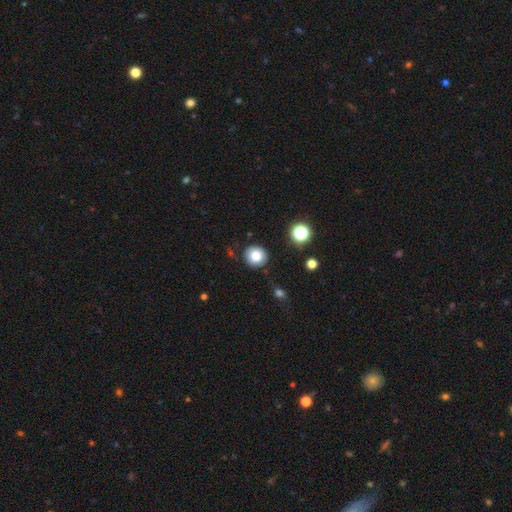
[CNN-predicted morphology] smooth_or_featured: smooth (p=0.81) [alt: star or artifact p=0.11]
how_rounded: round (p=0.92) [alt: in between p=0.07]
merging: none (p=0.87) [alt: minor disturbance p=0.09]